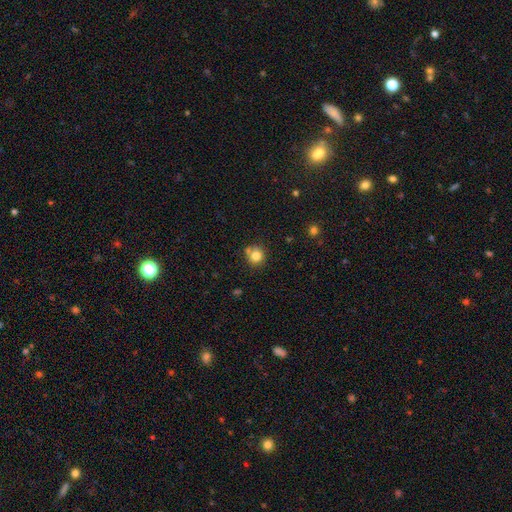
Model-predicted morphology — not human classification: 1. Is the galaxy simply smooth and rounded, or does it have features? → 80% smooth, 11% star or artifact, 9% featured or disk.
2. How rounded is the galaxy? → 90% round, 9% in between, 1% cigar-shaped.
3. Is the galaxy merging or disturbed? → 68% none, 17% merger, 11% minor disturbance, 3% major disturbance.